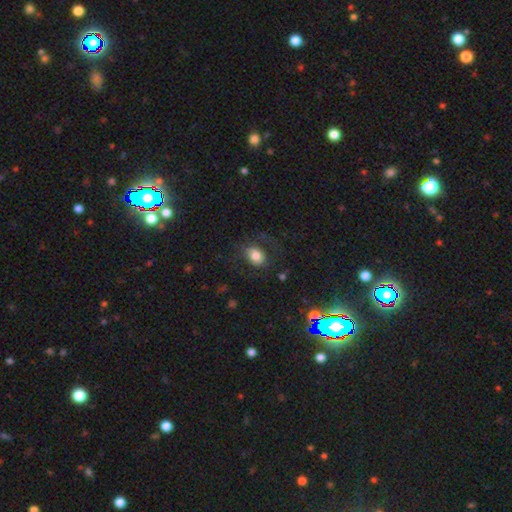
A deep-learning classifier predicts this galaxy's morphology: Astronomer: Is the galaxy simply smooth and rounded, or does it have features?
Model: smooth — 76%.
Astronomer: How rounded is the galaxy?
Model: in between — 62% (runner-up: round, 37%).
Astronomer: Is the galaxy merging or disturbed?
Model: none — 67%.